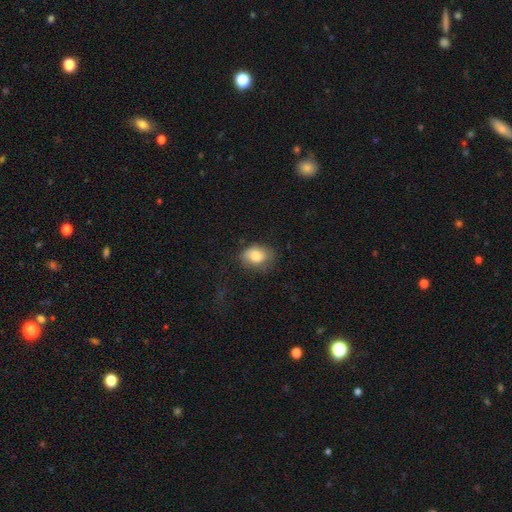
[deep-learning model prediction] smooth_or_featured: smooth (p=0.80) [alt: featured or disk p=0.12]
how_rounded: in between (p=0.60) [alt: round p=0.39]
merging: none (p=0.62) [alt: minor disturbance p=0.26]